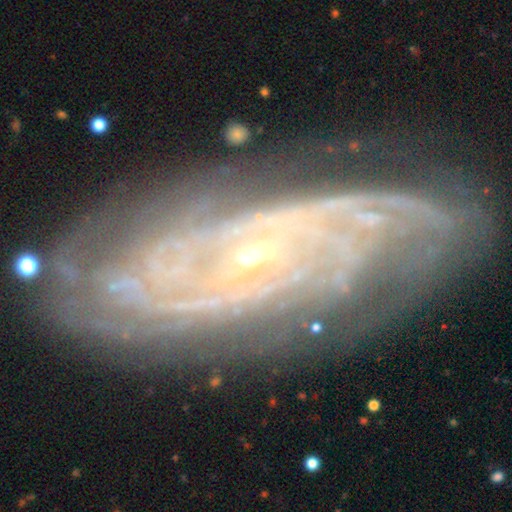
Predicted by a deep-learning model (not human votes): Smooth or featured: featured or disk — 87% (star or artifact — 7%)
Edge-on disk: no — 92% (yes — 8%)
Bar: no — 50% (weak — 34%)
Spiral arms: yes — 94% (no — 6%)
Spiral winding: tight — 57% (medium — 31%)
Spiral arm count: can't tell — 30% (2 — 28%)
Bulge size: small — 71% (moderate — 25%)
Merging: none — 65% (minor disturbance — 20%)